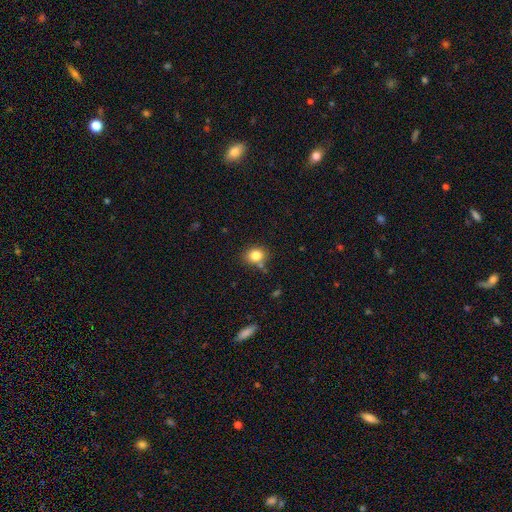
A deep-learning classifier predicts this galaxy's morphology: Overall: smooth (82%). How rounded: round (60%; in between 39%). Merging: none (71%).